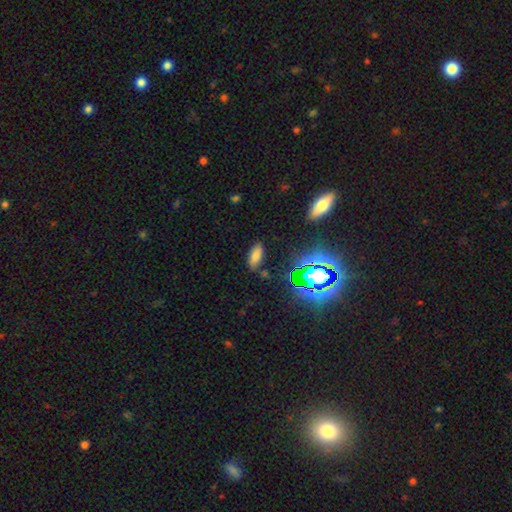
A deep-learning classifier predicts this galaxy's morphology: smooth_or_featured: smooth (p=0.71) [alt: star or artifact p=0.20]
how_rounded: in between (p=0.83) [alt: cigar-shaped p=0.14]
merging: none (p=0.83) [alt: minor disturbance p=0.11]